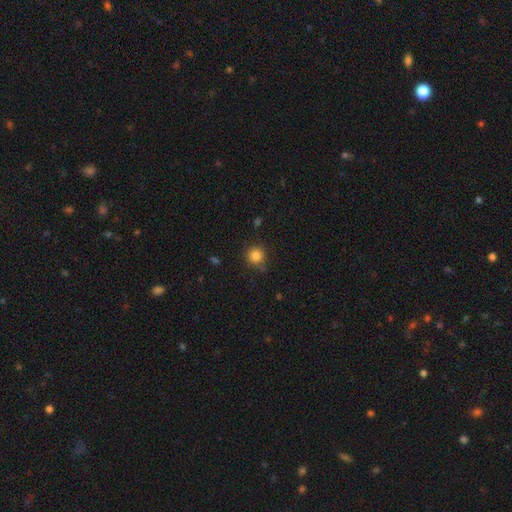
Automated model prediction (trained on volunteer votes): smooth_or_featured: smooth (p=0.84) [alt: star or artifact p=0.11]
how_rounded: round (p=0.93) [alt: in between p=0.06]
merging: none (p=0.82) [alt: minor disturbance p=0.12]